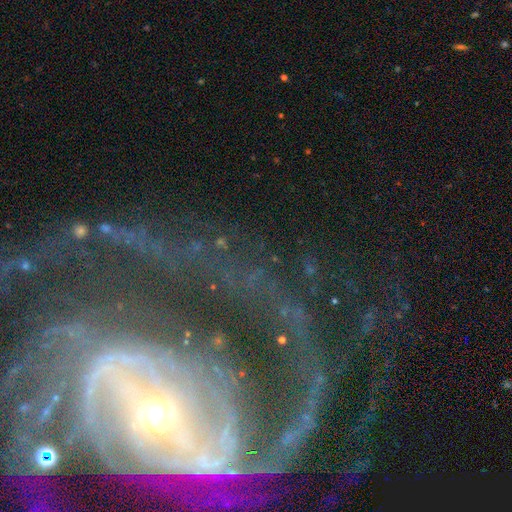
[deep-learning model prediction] Smooth or featured?
  - featured or disk: 88% *
  - star or artifact: 7%
  - smooth: 5%
Edge-on disk?
  - no: 96% *
  - yes: 4%
Bar?
  - strong: 46% *
  - weak: 31%
  - no: 23%
Spiral arms?
  - yes: 94% *
  - no: 6%
Spiral winding?
  - medium: 42% *
  - tight: 39%
  - loose: 19%
Spiral arm count?
  - 2: 42% *
  - can't tell: 17%
  - 3: 15%
  - 4: 9%
  - 1: 9%
  - more than 4: 8%
Bulge size?
  - small: 54% *
  - moderate: 38%
  - large: 4%
  - dominant: 2%
  - none: 1%
Merging?
  - none: 56% *
  - major disturbance: 27%
  - minor disturbance: 14%
  - merger: 4%